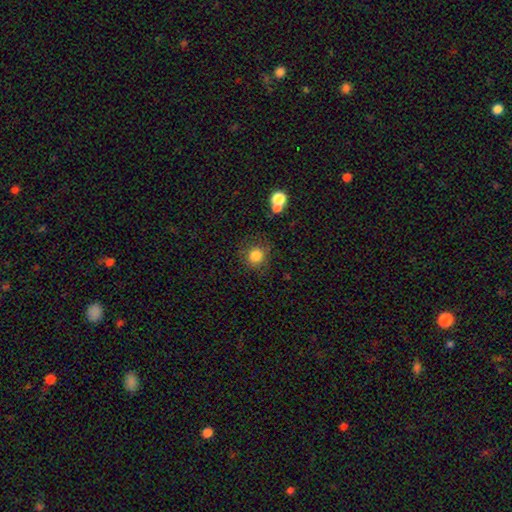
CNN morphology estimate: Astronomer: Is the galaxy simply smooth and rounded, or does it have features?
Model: smooth — 83%.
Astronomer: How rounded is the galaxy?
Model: round — 89%.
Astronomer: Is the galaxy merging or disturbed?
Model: none — 79%.